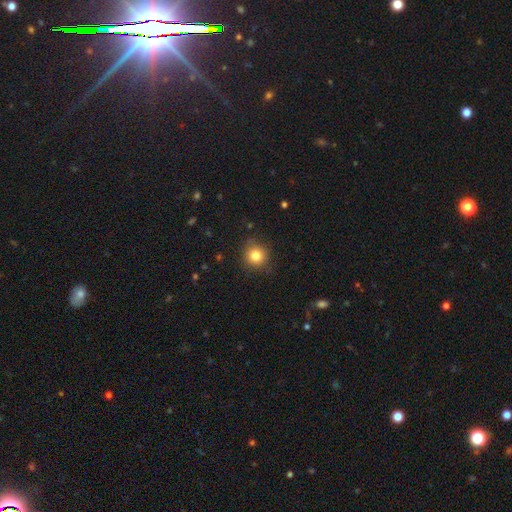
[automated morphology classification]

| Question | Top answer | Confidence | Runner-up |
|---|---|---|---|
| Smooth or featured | smooth | 83% | star or artifact (11%) |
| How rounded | round | 92% | in between (7%) |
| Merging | none | 86% | minor disturbance (10%) |